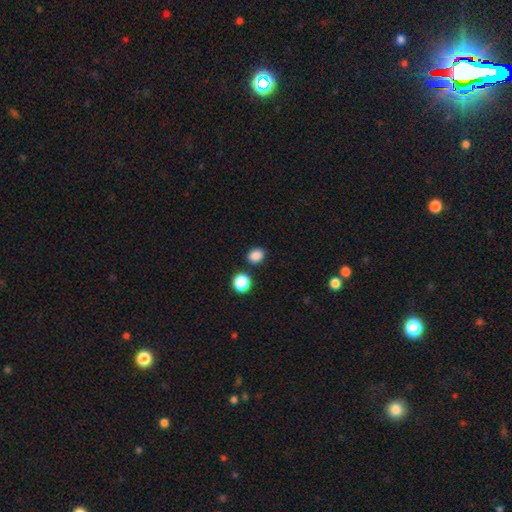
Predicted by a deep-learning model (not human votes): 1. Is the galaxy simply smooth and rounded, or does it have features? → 86% smooth, 11% star or artifact, 3% featured or disk.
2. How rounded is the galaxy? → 50% round, 49% in between, 1% cigar-shaped.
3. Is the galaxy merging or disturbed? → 82% none, 10% minor disturbance, 6% merger, 3% major disturbance.